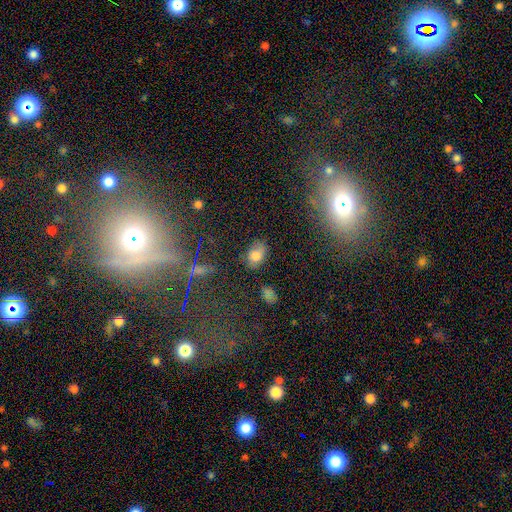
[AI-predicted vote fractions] Smooth or featured?
  - smooth: 73% *
  - star or artifact: 15%
  - featured or disk: 12%
How rounded?
  - in between: 80% *
  - round: 19%
  - cigar-shaped: 2%
Merging?
  - none: 68% *
  - minor disturbance: 22%
  - major disturbance: 6%
  - merger: 4%